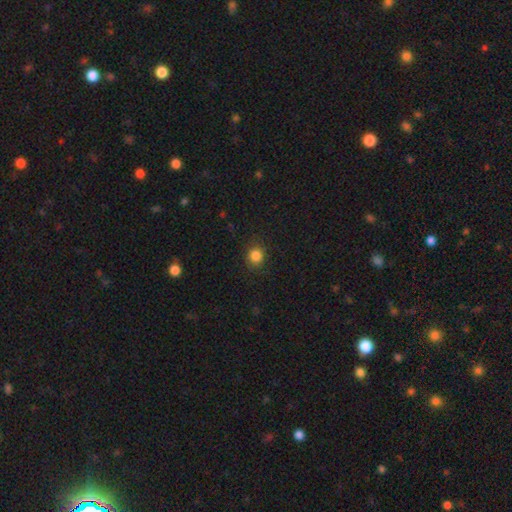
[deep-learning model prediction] Smooth or featured? Predicted: smooth (p=0.85). How rounded? Predicted: round (p=0.85). Merging? Predicted: none (p=0.86).